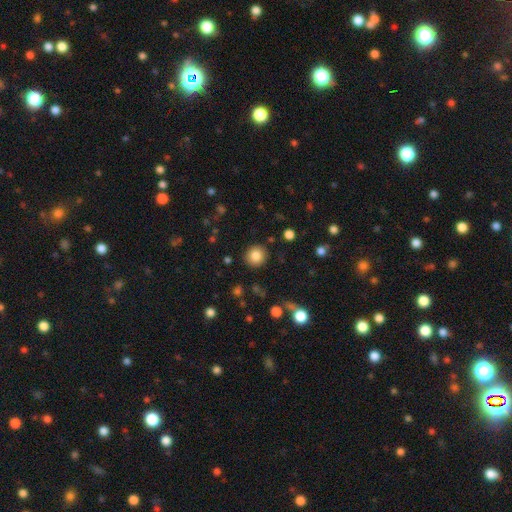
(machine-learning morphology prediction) Smooth or featured? Predicted: smooth (p=0.85). How rounded? Predicted: round (p=0.91). Merging? Predicted: none (p=0.90).